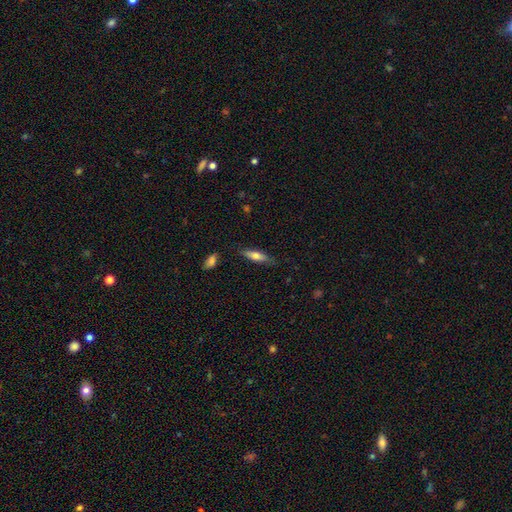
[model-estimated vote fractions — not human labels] The model was most divided on "how rounded": cigar-shaped: 60%, in between: 38%, round: 2%. More confident: merging — none (79%); smooth or featured — smooth (63%).